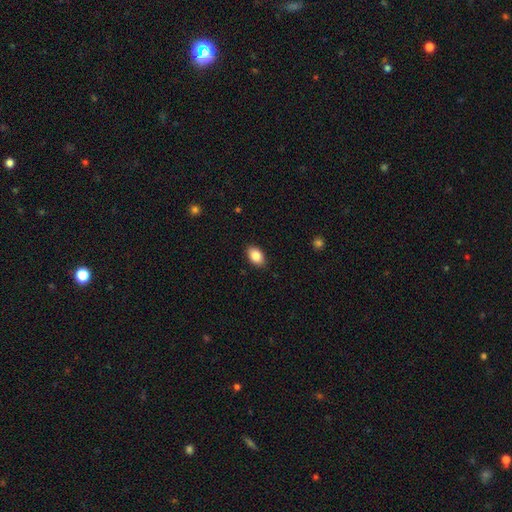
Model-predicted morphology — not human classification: This is clearly a smooth galaxy (87%). How rounded: clearly in between (90%). Merging: clearly none (88%).